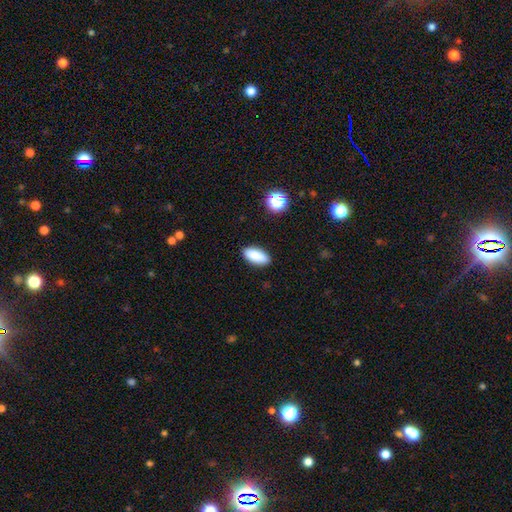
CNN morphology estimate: This appears to be a smooth galaxy with no disk features (88%) that is in between round and cigar-shaped (87%). Merging: none (89%).